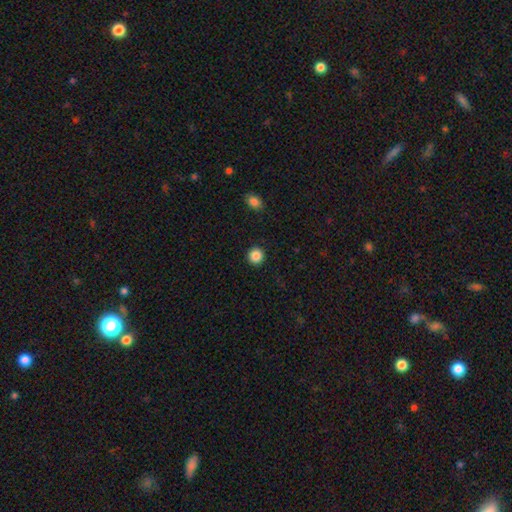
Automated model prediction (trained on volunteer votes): The model was most divided on "smooth or featured": smooth: 87%, star or artifact: 9%, featured or disk: 3%. More confident: how rounded — round (95%); merging — none (93%).